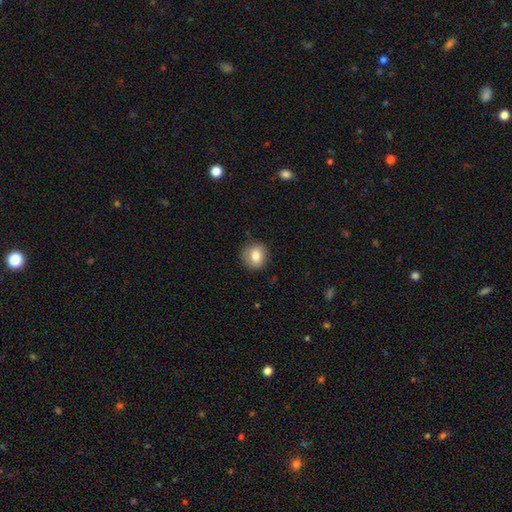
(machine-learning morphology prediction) Smooth or featured?
  - smooth: 82% *
  - featured or disk: 9%
  - star or artifact: 9%
How rounded?
  - round: 87% *
  - in between: 12%
  - cigar-shaped: 1%
Merging?
  - none: 87% *
  - minor disturbance: 10%
  - major disturbance: 2%
  - merger: 1%